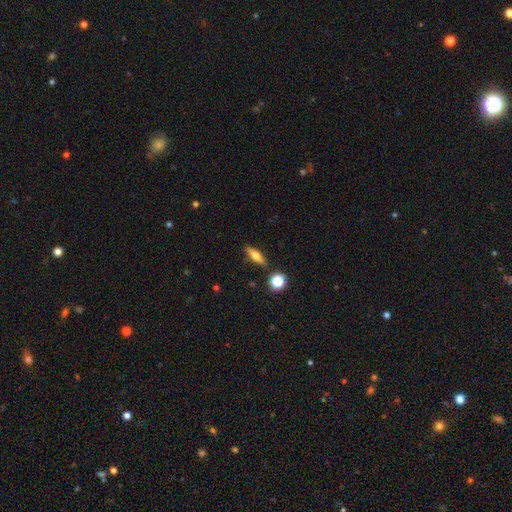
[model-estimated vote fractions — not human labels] Smooth or featured? Predicted: smooth (p=0.58). How rounded? Predicted: cigar-shaped (p=0.50). Merging? Predicted: none (p=0.85).